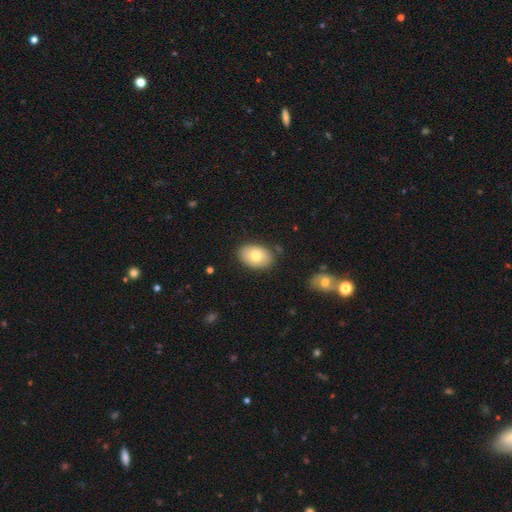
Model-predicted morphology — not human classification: Q: Smooth or featured?
A: smooth (75%); runner-up: featured or disk (18%)
Q: How rounded?
A: in between (85%); runner-up: round (14%)
Q: Merging?
A: none (83%); runner-up: minor disturbance (12%)